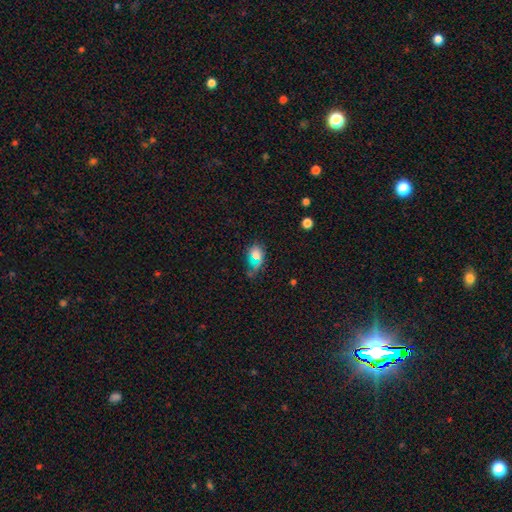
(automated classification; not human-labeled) This is likely a smooth galaxy (63%). How rounded: likely in between (70%). Merging: likely none (67%).